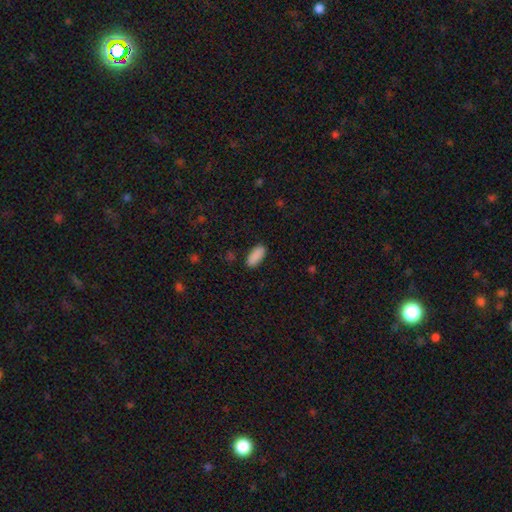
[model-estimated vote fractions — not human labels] smooth_or_featured: smooth (p=0.90) [alt: star or artifact p=0.07]
how_rounded: in between (p=0.86) [alt: cigar-shaped p=0.12]
merging: none (p=0.88) [alt: minor disturbance p=0.08]